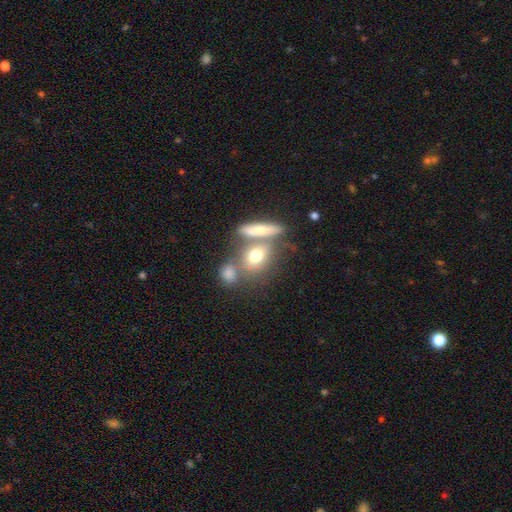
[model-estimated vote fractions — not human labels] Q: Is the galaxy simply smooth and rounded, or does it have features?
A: smooth — 67%.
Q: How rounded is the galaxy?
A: in between — 49%.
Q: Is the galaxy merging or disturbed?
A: none — 44%.